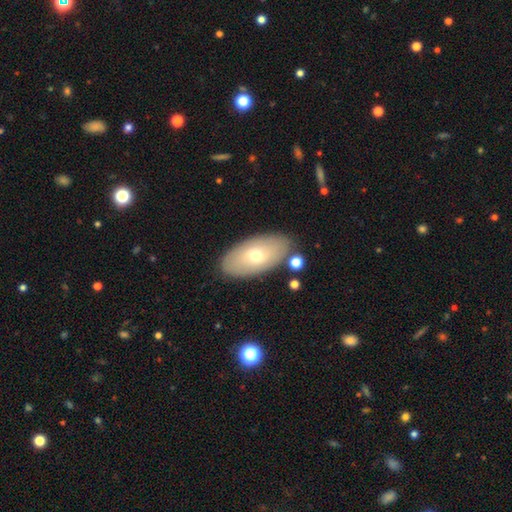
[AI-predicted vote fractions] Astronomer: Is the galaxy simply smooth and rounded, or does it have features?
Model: smooth — 59%.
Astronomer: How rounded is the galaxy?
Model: in between — 92%.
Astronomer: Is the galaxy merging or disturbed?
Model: none — 84%.